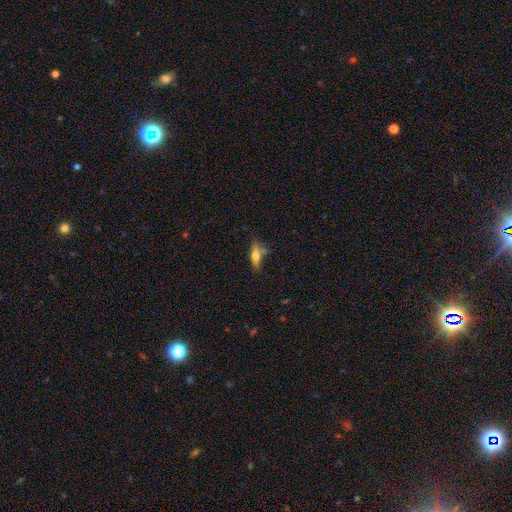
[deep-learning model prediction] Smooth or featured: smooth — 56% (featured or disk — 35%)
How rounded: cigar-shaped — 52% (in between — 45%)
Merging: none — 57% (minor disturbance — 23%)